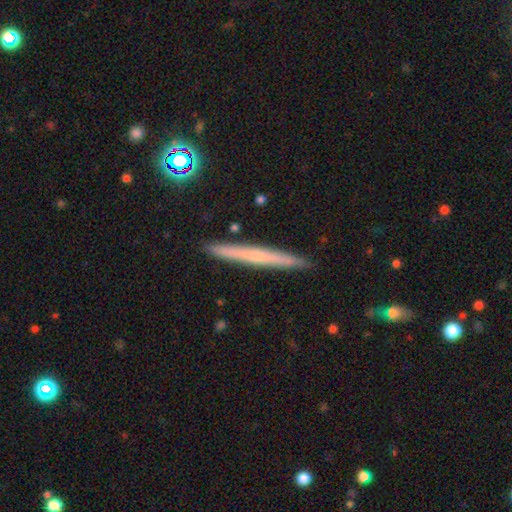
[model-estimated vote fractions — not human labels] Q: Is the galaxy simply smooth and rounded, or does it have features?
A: smooth — 47%.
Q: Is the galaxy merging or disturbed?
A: none — 91%.